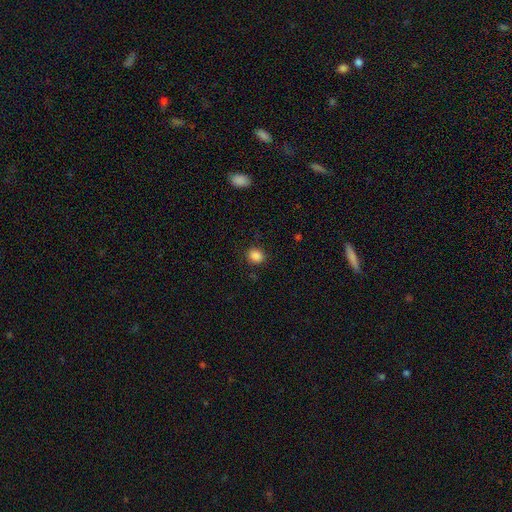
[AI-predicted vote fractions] smooth_or_featured: smooth (p=0.87) [alt: star or artifact p=0.10]
how_rounded: round (p=0.68) [alt: in between p=0.31]
merging: none (p=0.86) [alt: minor disturbance p=0.10]